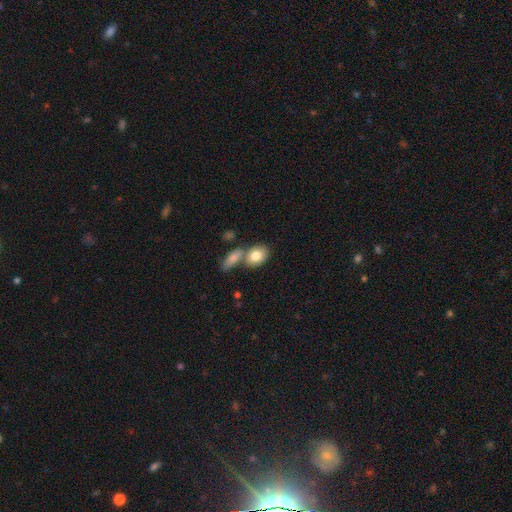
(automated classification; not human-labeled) smooth_or_featured: smooth (p=0.80) [alt: featured or disk p=0.13]
how_rounded: in between (p=0.75) [alt: round p=0.22]
merging: none (p=0.48) [alt: merger p=0.38]